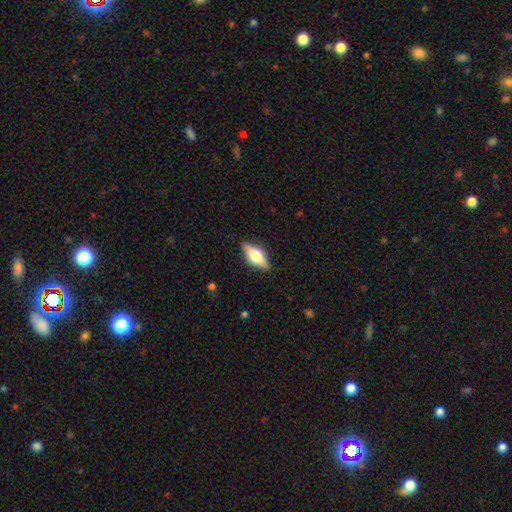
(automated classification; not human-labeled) Smooth or featured: smooth — 53% (featured or disk — 40%)
How rounded: in between — 78% (cigar-shaped — 18%)
Merging: none — 86% (minor disturbance — 11%)